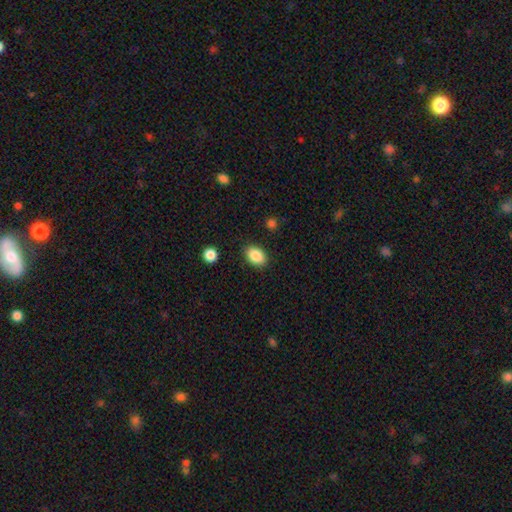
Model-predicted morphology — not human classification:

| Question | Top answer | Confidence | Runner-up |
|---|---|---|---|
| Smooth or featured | smooth | 88% | star or artifact (8%) |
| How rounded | in between | 81% | round (17%) |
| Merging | none | 87% | minor disturbance (9%) |